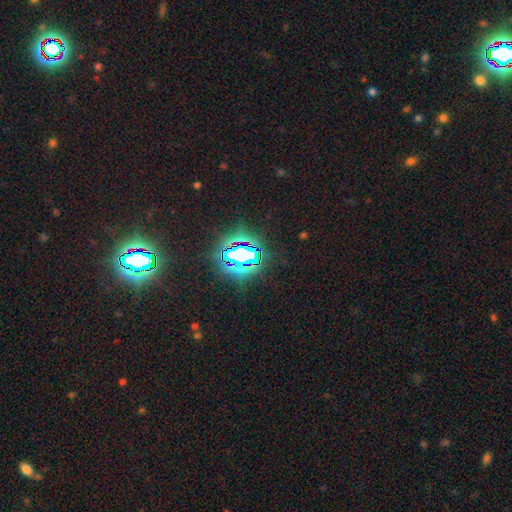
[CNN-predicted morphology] A star or artifact, not a galaxy (82%).